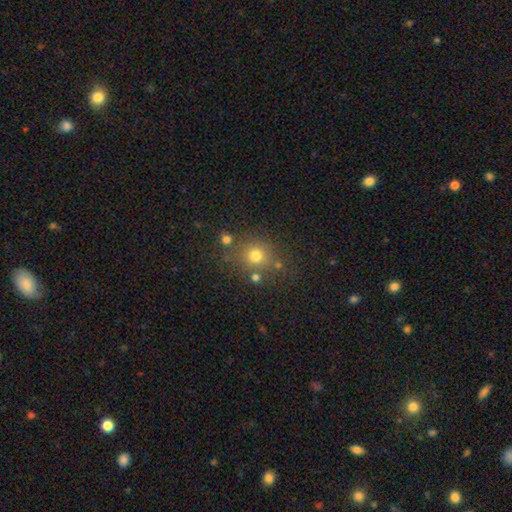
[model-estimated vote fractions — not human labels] Smooth or featured?
  - smooth: 73% *
  - star or artifact: 18%
  - featured or disk: 9%
How rounded?
  - round: 86% *
  - in between: 13%
  - cigar-shaped: 1%
Merging?
  - none: 73% *
  - minor disturbance: 12%
  - merger: 10%
  - major disturbance: 5%